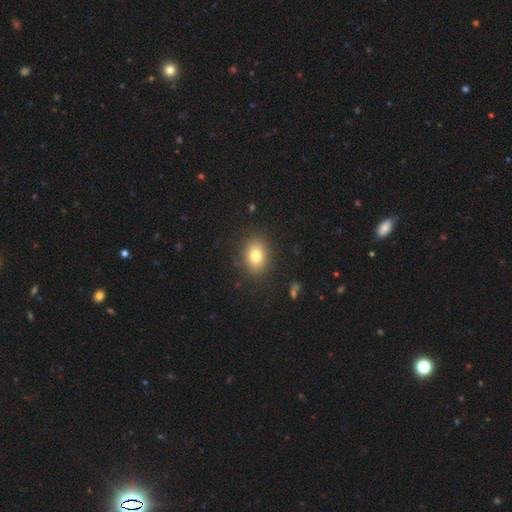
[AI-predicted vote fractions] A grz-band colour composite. It shows a smooth galaxy with no disk features (80%) that is in between round and cigar-shaped (67%). Merging: none (85%).